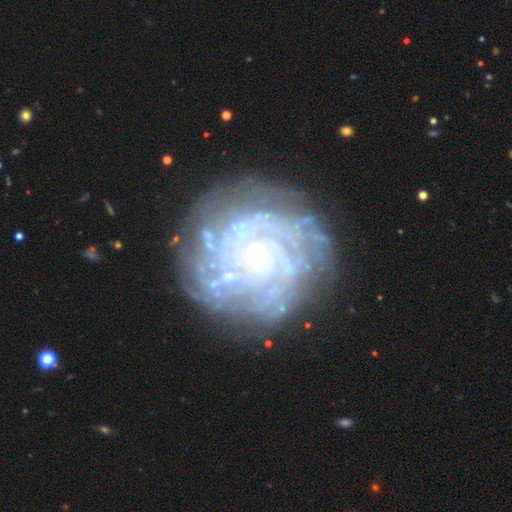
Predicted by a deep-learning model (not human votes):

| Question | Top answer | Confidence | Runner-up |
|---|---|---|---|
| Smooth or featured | featured or disk | 84% | smooth (8%) |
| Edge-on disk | no | 98% | yes (2%) |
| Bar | no | 76% | weak (18%) |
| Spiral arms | yes | 94% | no (6%) |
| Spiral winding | tight | 79% | medium (16%) |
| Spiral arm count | can't tell | 33% | more than 4 (22%) |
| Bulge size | small | 85% | none (7%) |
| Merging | none | 76% | minor disturbance (14%) |